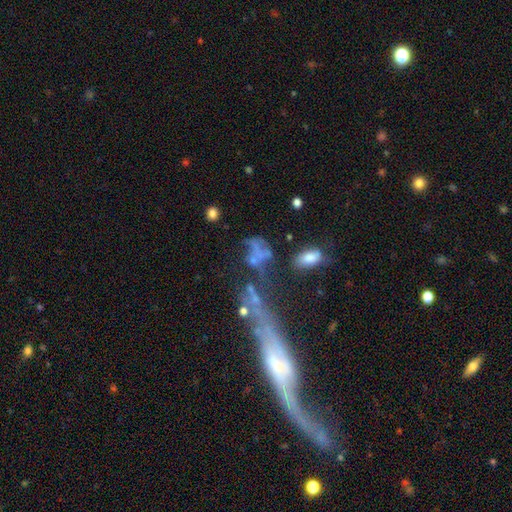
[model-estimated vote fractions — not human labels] Morphology: type=featured or disk (42%); merging=none (30%, tied with major disturbance).